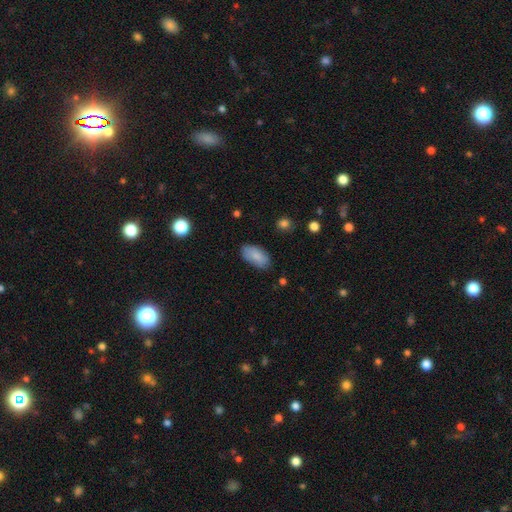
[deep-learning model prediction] smooth 85%, featured or disk 8%, star or artifact 7%. Down the decision tree: how rounded — in between (94%); merging — none (81%).